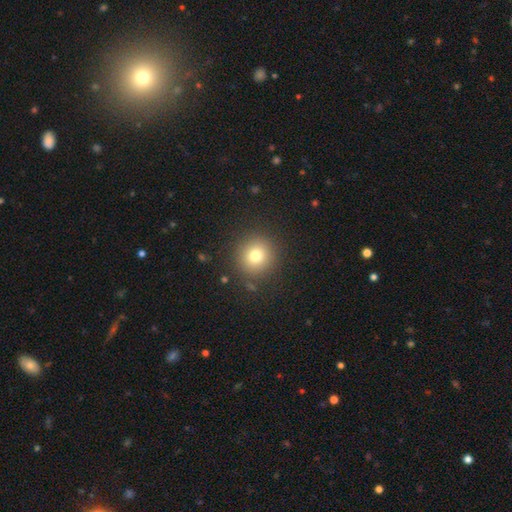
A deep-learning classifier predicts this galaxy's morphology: Smooth or featured? Predicted: smooth (p=0.77). How rounded? Predicted: round (p=0.93). Merging? Predicted: none (p=0.88).